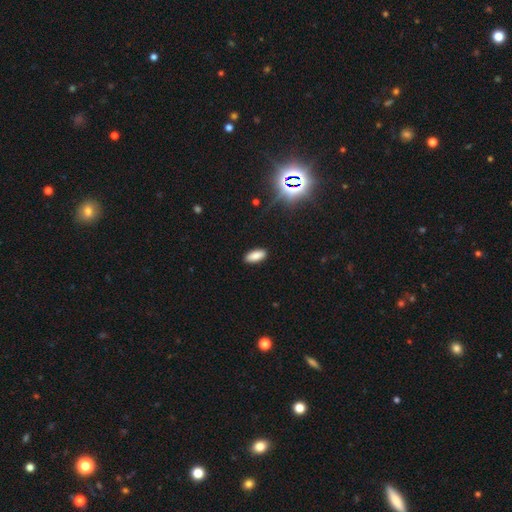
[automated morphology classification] Smooth or featured? Predicted: smooth (p=0.85). How rounded? Predicted: in between (p=0.87). Merging? Predicted: none (p=0.89).